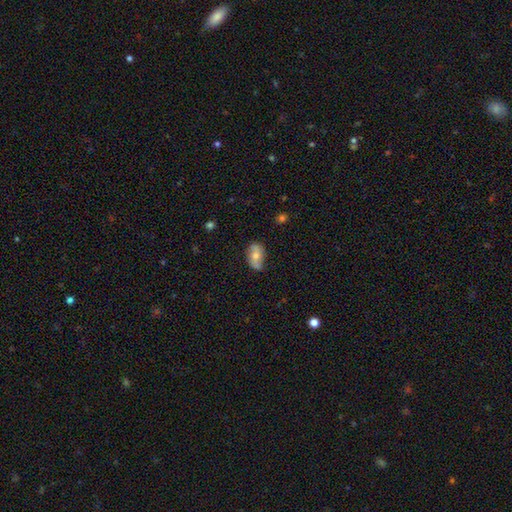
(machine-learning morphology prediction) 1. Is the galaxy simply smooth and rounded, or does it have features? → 49% smooth, 43% featured or disk, 8% star or artifact.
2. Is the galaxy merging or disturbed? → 67% none, 25% minor disturbance, 5% major disturbance, 2% merger.